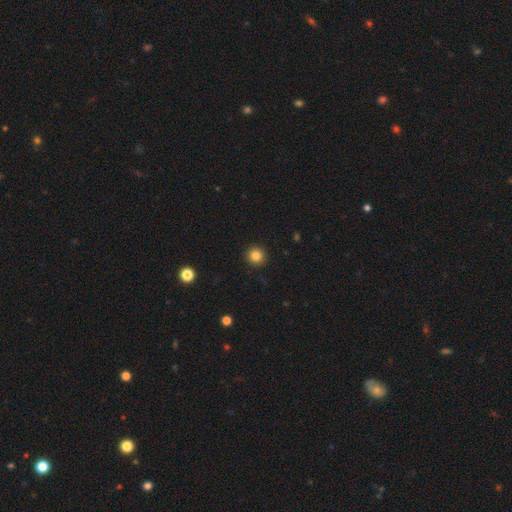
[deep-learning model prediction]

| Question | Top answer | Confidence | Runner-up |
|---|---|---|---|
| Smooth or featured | smooth | 84% | star or artifact (12%) |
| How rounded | round | 95% | in between (4%) |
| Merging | none | 93% | minor disturbance (4%) |